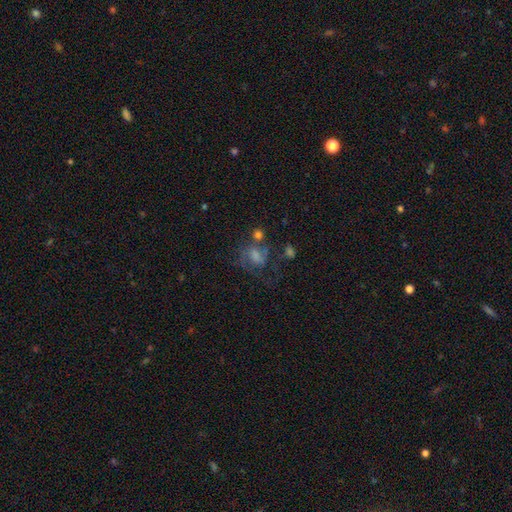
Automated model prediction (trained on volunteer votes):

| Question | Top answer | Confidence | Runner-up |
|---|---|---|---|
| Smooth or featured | featured or disk | 45% | smooth (38%) |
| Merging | none | 39% | major disturbance (27%) |